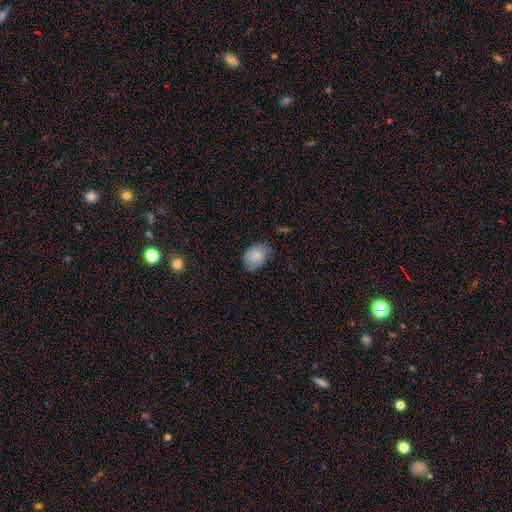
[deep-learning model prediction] smooth 81%, featured or disk 12%, star or artifact 7%. Down the decision tree: how rounded — in between (73%); merging — none (59%).